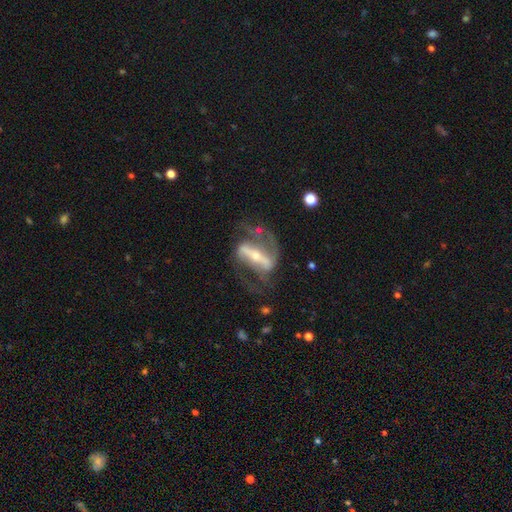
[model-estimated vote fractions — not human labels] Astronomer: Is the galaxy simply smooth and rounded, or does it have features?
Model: featured or disk — 87%.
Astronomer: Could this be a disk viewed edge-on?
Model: no — 88%.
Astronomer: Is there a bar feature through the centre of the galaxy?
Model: strong — 79%.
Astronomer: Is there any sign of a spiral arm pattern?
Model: yes — 87%.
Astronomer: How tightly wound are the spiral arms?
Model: medium — 47% (runner-up: loose, 35%).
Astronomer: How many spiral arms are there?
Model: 2 — 87%.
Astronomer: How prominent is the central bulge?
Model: small — 60%.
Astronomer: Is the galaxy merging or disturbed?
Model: none — 57%.